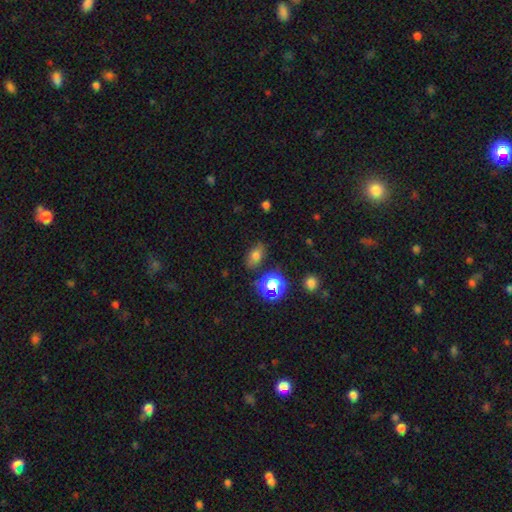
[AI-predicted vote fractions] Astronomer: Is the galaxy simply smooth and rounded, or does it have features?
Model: smooth — 66%.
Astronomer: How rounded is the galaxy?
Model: in between — 79%.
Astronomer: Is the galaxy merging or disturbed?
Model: none — 75%.